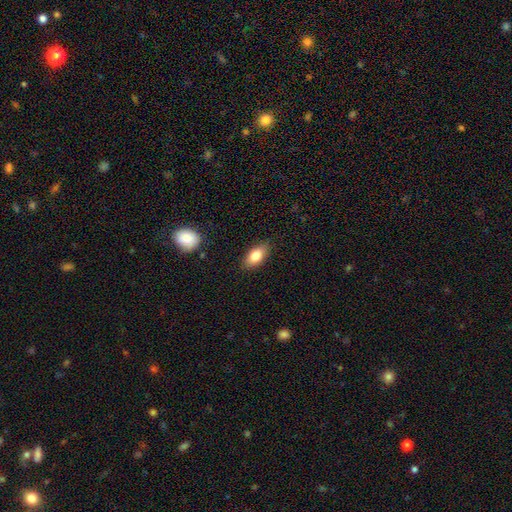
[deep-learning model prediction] This is likely a smooth galaxy (80%). How rounded: clearly in between (87%). Merging: clearly none (85%).